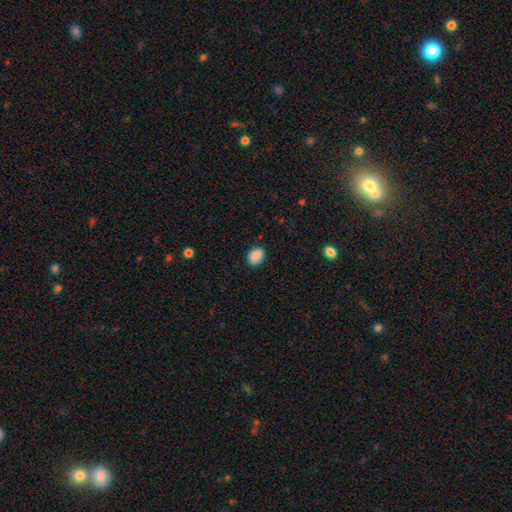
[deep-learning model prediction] Smooth or featured?
  - smooth: 88% *
  - star or artifact: 8%
  - featured or disk: 4%
How rounded?
  - in between: 72% *
  - round: 27%
  - cigar-shaped: 1%
Merging?
  - none: 86% *
  - minor disturbance: 10%
  - major disturbance: 2%
  - merger: 1%